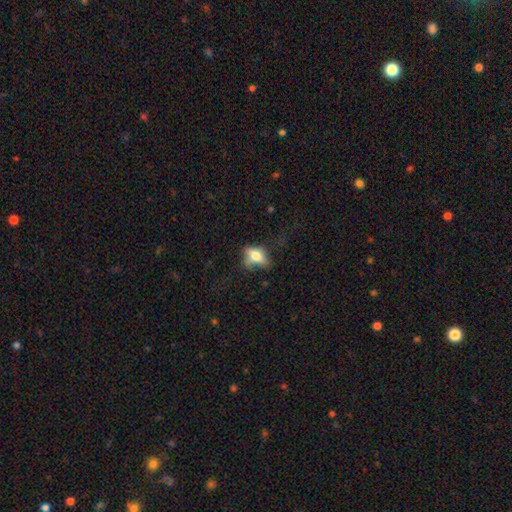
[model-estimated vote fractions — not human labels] smooth_or_featured: smooth (p=0.67) [alt: featured or disk p=0.22]
how_rounded: in between (p=0.80) [alt: round p=0.14]
merging: none (p=0.39) [alt: minor disturbance p=0.29]